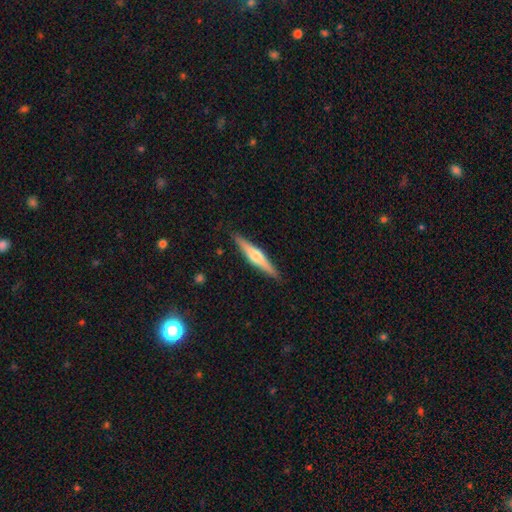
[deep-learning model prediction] Smooth or featured? featured or disk (62%)
Edge-on disk? yes (97%)
Edge-on bulge? rounded (86%)
Merging? none (89%)